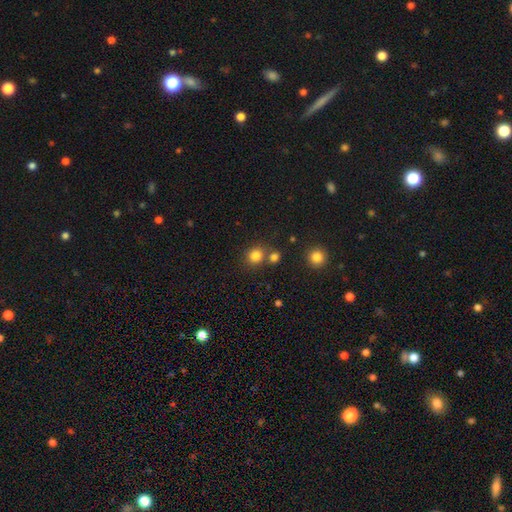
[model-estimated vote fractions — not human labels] Q: Smooth or featured?
A: smooth (82%); runner-up: star or artifact (13%)
Q: How rounded?
A: round (82%); runner-up: in between (17%)
Q: Merging?
A: none (69%); runner-up: merger (20%)